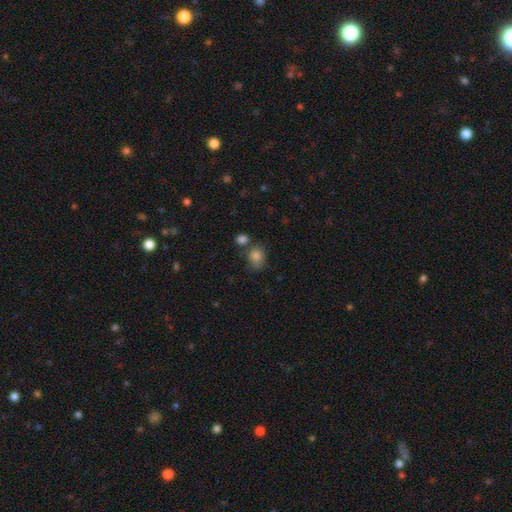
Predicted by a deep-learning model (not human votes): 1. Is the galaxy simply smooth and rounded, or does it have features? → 81% smooth, 12% star or artifact, 7% featured or disk.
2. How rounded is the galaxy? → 52% round, 46% in between, 1% cigar-shaped.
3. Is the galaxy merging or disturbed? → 62% none, 17% merger, 16% minor disturbance, 5% major disturbance.